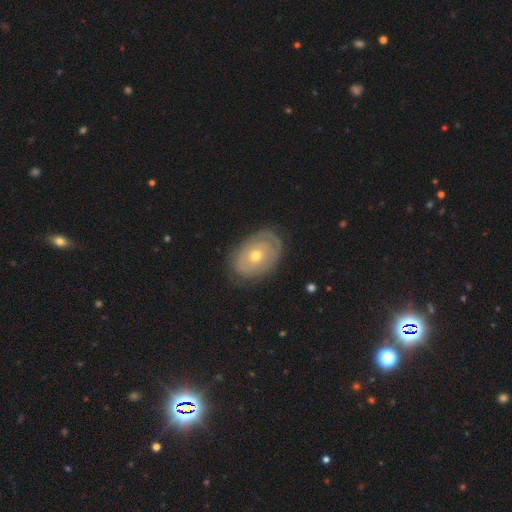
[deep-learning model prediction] smooth_or_featured: featured or disk (p=0.66) [alt: smooth p=0.28]
disk_edge_on: no (p=0.94) [alt: yes p=0.06]
bar: no (p=0.87) [alt: weak p=0.10]
has_spiral_arms: yes (p=0.57) [alt: no p=0.43]
bulge_size: moderate (p=0.51) [alt: small p=0.46]
merging: none (p=0.76) [alt: minor disturbance p=0.17]